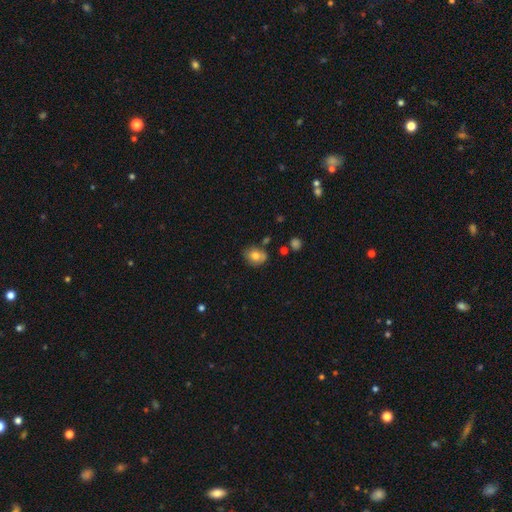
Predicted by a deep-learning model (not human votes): smooth 76%, featured or disk 15%, star or artifact 10%. Down the decision tree: how rounded — round (53%); merging — none (67%).